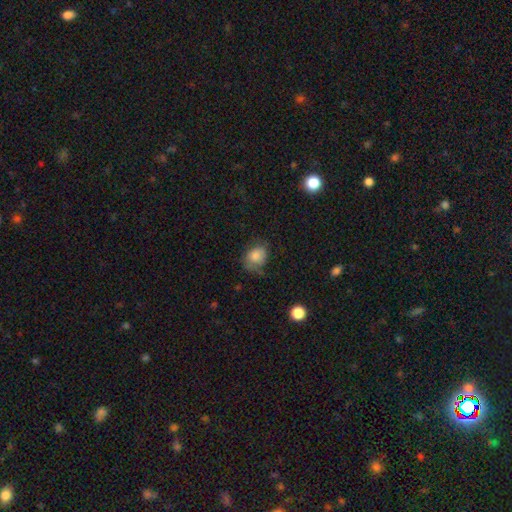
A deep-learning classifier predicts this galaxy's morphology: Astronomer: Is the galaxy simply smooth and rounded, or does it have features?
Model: smooth — 78%.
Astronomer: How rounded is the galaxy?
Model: in between — 51% (runner-up: round, 48%).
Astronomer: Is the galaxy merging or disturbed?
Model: none — 55% (runner-up: minor disturbance, 30%).